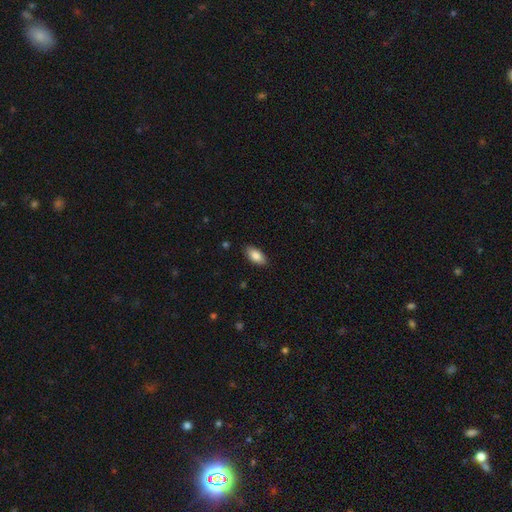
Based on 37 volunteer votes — Smooth or featured? 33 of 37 (89%) said smooth. How rounded? 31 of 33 (94%) said in between. Merging? 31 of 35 (89%) said none.